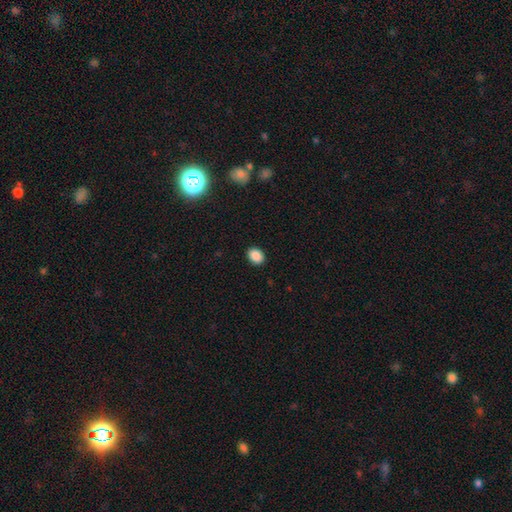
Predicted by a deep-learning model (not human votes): A smooth galaxy with no disk features (88%) that is in between round and cigar-shaped (61%). Merging: none (90%).